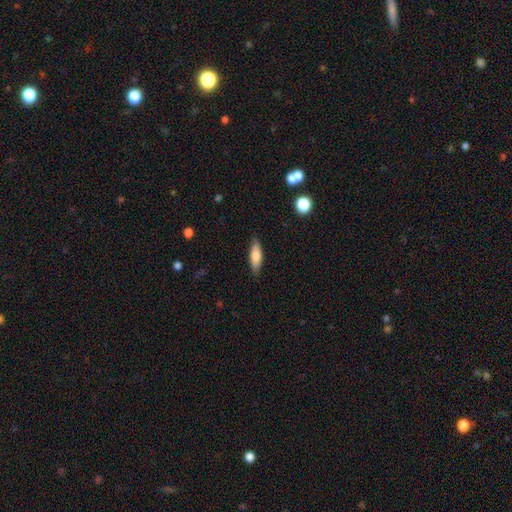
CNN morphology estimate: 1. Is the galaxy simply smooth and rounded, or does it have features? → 75% smooth, 19% featured or disk, 7% star or artifact.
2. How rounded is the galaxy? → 51% in between, 47% cigar-shaped, 2% round.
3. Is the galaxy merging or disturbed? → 86% none, 11% minor disturbance, 2% major disturbance, 1% merger.